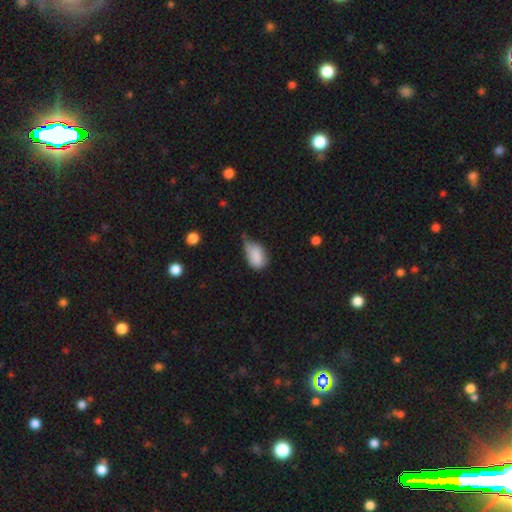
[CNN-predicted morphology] type=smooth (82%); roundness=in between (83%); merging=minor disturbance (50%).